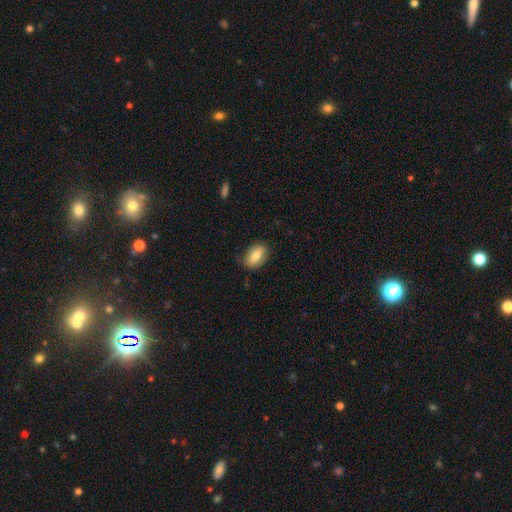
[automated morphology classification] smooth-or-featured: smooth: 70% | featured or disk: 23% | star or artifact: 7%
  how-rounded: in between: 85% | round: 12% | cigar-shaped: 3%
  merging: none: 78% | minor disturbance: 17% | major disturbance: 4% | merger: 1%